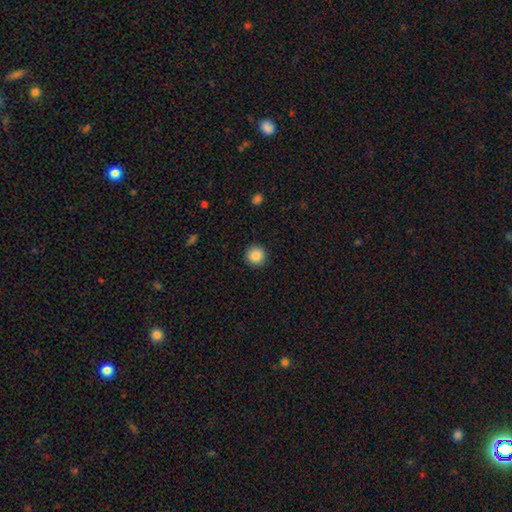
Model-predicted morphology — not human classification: This appears to be a smooth galaxy with no disk features (86%) that is round (95%). Merging: none (92%).